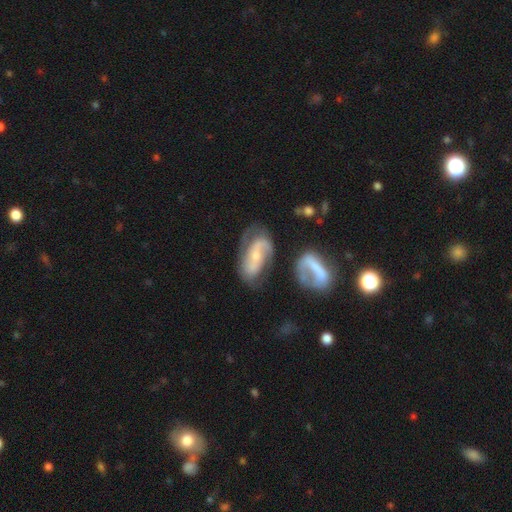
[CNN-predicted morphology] The model was most divided on "bar": no: 48%, weak: 36%, strong: 16%. Remaining: edge-on disk — no (95%); spiral arms — yes (91%); spiral arm count — 2 (78%); smooth or featured — featured or disk (78%); bulge size — small (58%); merging — none (54%); spiral winding — medium (44%).